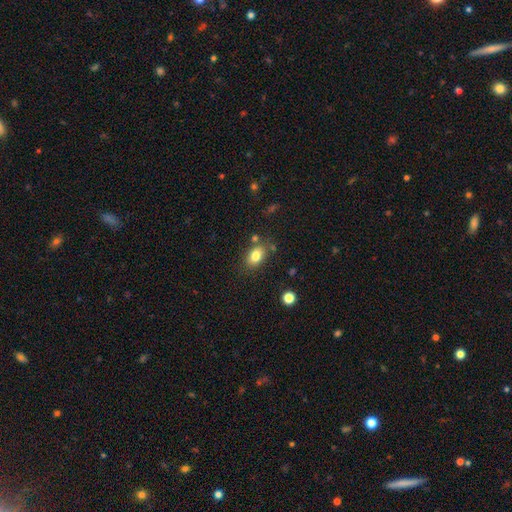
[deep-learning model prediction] The model was most divided on "merging": none: 75%, minor disturbance: 14%, merger: 7%, major disturbance: 4%. More confident: how rounded — in between (82%); smooth or featured — smooth (81%).